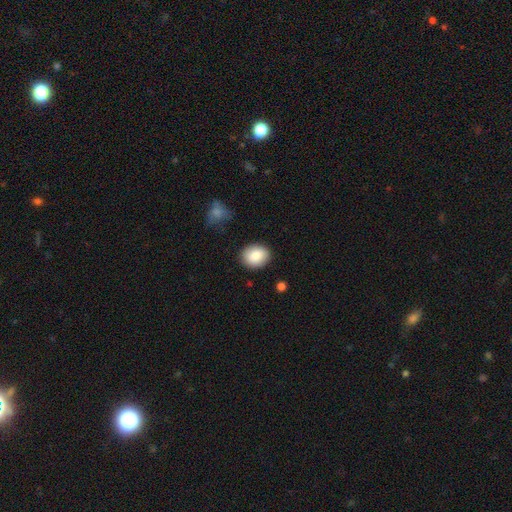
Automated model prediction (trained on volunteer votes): Smooth or featured: smooth — 84% (featured or disk — 8%)
How rounded: round — 51% (in between — 48%)
Merging: none — 86% (minor disturbance — 10%)